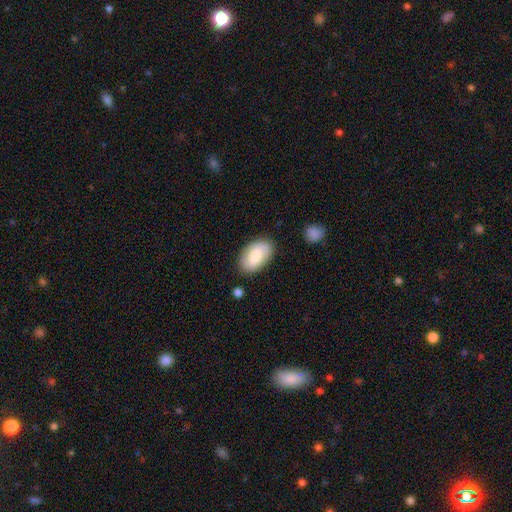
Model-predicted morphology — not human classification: A smooth galaxy with no disk features (77%) that is in between round and cigar-shaped (93%). Merging: none (83%).